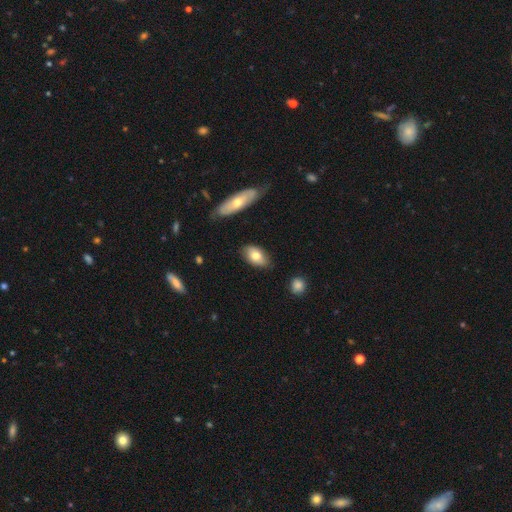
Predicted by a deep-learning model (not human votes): Q: Smooth or featured?
A: smooth (74%); runner-up: featured or disk (20%)
Q: How rounded?
A: in between (91%); runner-up: round (5%)
Q: Merging?
A: none (79%); runner-up: minor disturbance (15%)